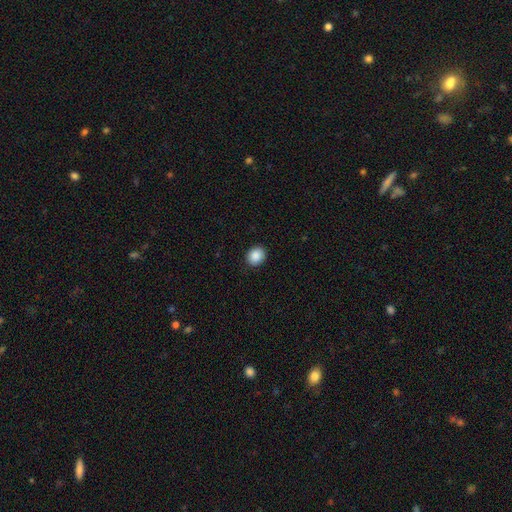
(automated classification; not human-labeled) This is clearly a smooth galaxy (89%). How rounded: likely round (69%). Merging: clearly none (91%).